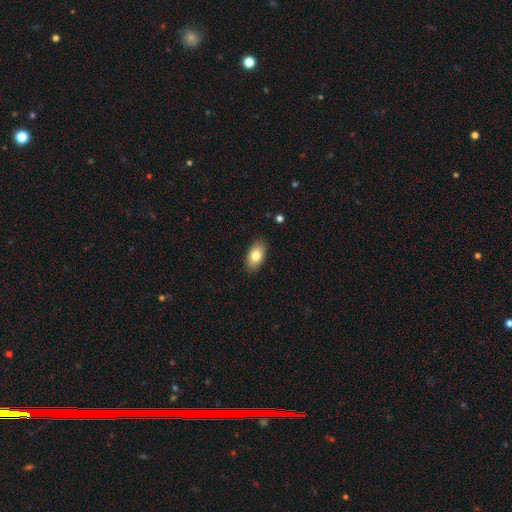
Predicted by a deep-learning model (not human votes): The model was most divided on "smooth or featured": smooth: 81%, featured or disk: 12%, star or artifact: 7%. More confident: how rounded — in between (92%); merging — none (87%).